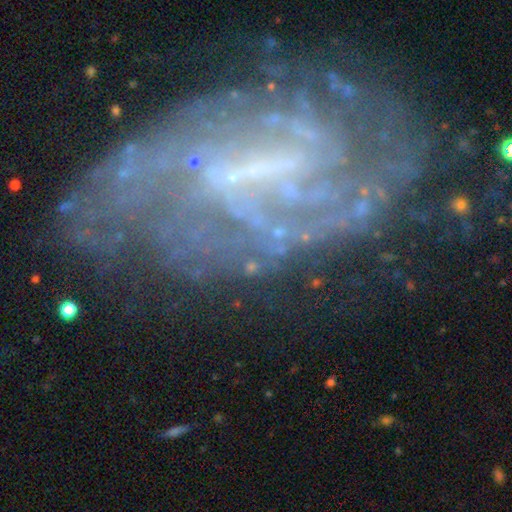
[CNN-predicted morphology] This appears to be a featured or disk galaxy (82%) with a weak bar (42%), tight (44%) spiral arms (83%) and no central bulge (44%). Merging: none (58%).